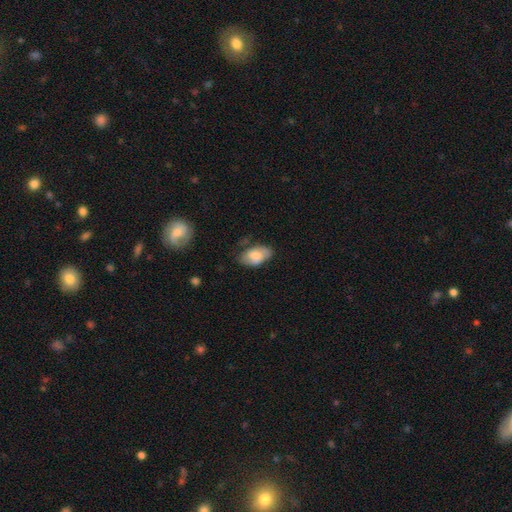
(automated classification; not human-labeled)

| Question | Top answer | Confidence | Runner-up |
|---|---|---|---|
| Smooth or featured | smooth | 70% | featured or disk (23%) |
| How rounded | in between | 93% | round (5%) |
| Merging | none | 59% | minor disturbance (31%) |